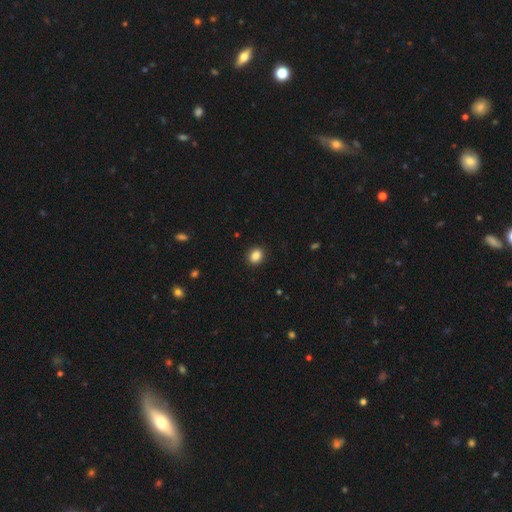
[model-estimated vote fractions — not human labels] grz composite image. It shows a smooth galaxy with no disk features (87%) that is round (63%). Merging: none (91%).